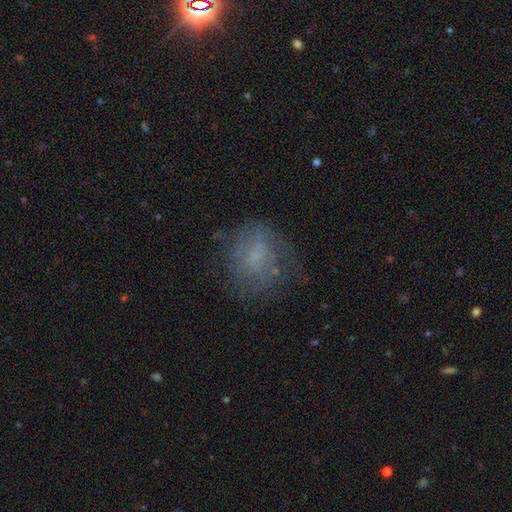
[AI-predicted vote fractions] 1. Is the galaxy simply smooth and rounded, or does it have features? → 50% smooth, 36% featured or disk, 14% star or artifact.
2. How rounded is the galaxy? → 54% round, 44% in between, 2% cigar-shaped.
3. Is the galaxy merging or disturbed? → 60% none, 21% minor disturbance, 17% major disturbance, 2% merger.